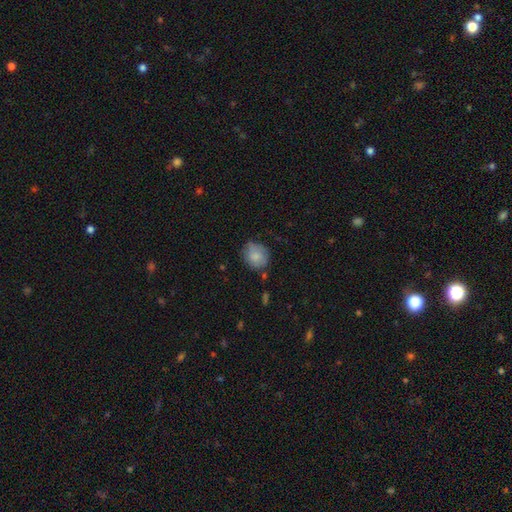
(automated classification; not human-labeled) Smooth or featured? Predicted: smooth (p=0.80). How rounded? Predicted: round (p=0.77). Merging? Predicted: none (p=0.64).